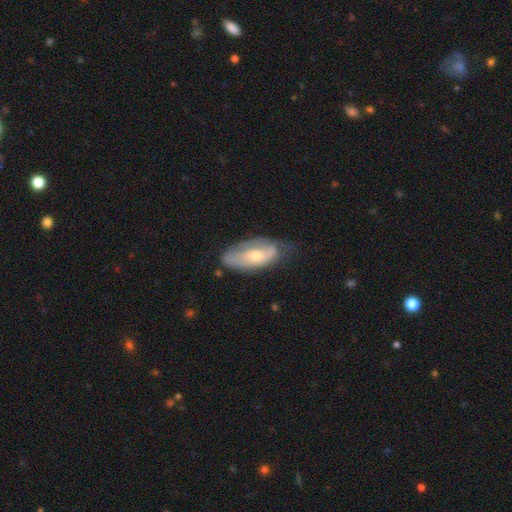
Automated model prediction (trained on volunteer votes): Q: Smooth or featured?
A: featured or disk (49%); runner-up: smooth (45%)
Q: Merging?
A: none (49%); runner-up: minor disturbance (35%)